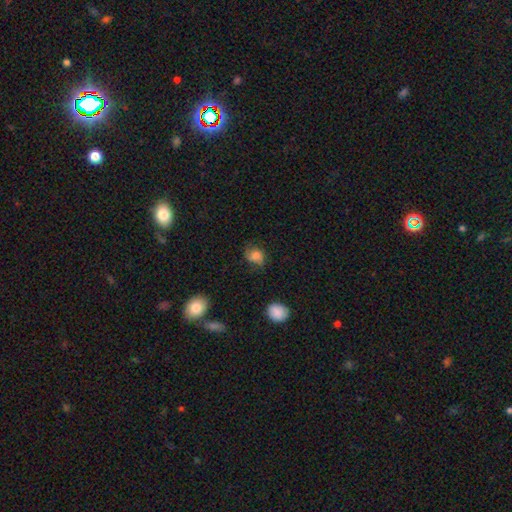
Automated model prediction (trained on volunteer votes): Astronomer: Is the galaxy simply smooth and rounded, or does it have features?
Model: smooth — 73%.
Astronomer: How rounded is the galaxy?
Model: round — 55% (runner-up: in between, 44%).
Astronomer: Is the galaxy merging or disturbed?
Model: none — 61%.